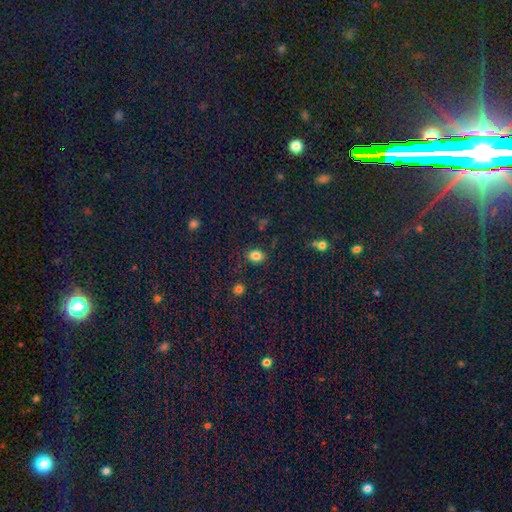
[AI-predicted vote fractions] Morphology: type=smooth (82%); roundness=in between (63%); merging=none (84%).